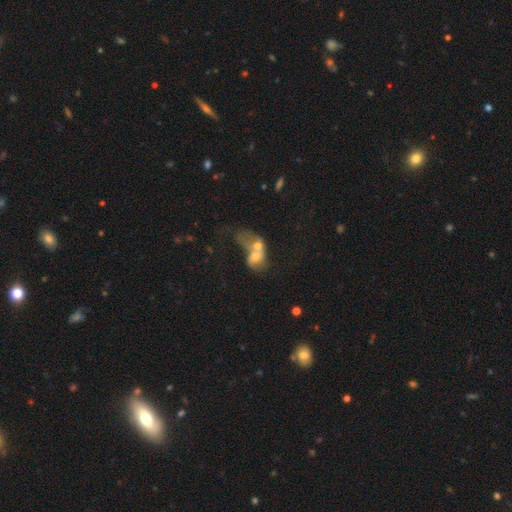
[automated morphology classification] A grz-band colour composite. It shows a smooth galaxy with no disk features (48%). Merging: merger (80%).